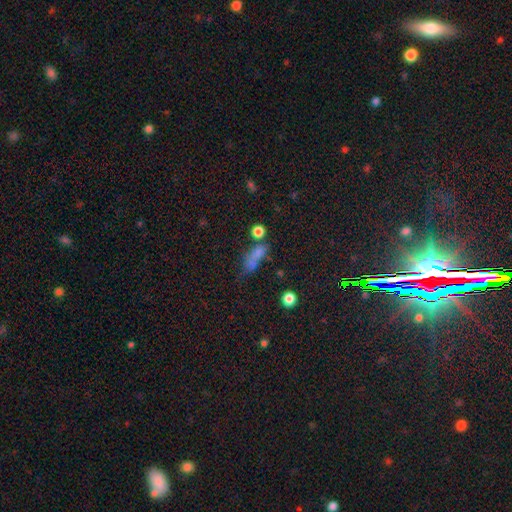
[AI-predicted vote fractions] smooth_or_featured: smooth (p=0.64) [alt: star or artifact p=0.20]
how_rounded: in between (p=0.56) [alt: cigar-shaped p=0.31]
merging: none (p=0.39) [alt: minor disturbance p=0.22]